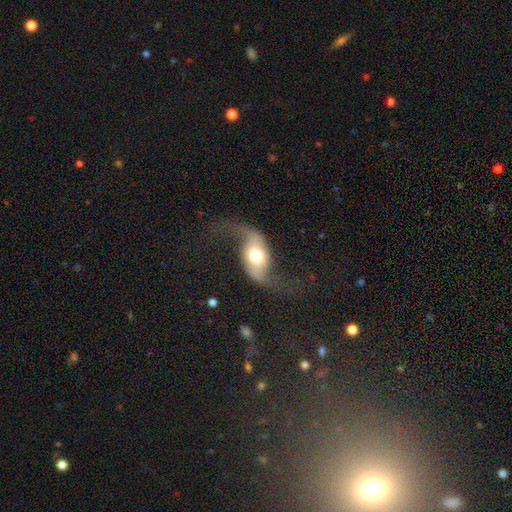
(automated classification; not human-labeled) Smooth or featured? Predicted: featured or disk (p=0.74). Edge-on disk? Predicted: no (p=0.92). Bar? Predicted: no (p=0.55). Spiral arms? Predicted: yes (p=0.90). Spiral winding? Predicted: loose (p=0.93). Spiral arm count? Predicted: 2 (p=0.92). Bulge size? Predicted: moderate (p=0.64). Merging? Predicted: none (p=0.57).